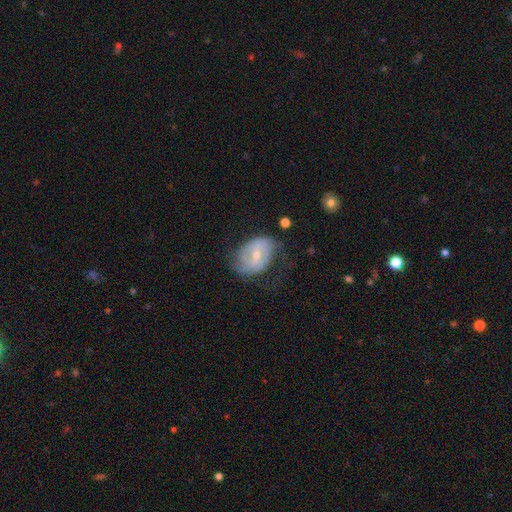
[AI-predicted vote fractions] This appears to be a featured or disk galaxy (63%) with a weak bar (50%), spiral arms (71%) and a small central bulge (54%). Merging: none (48%).